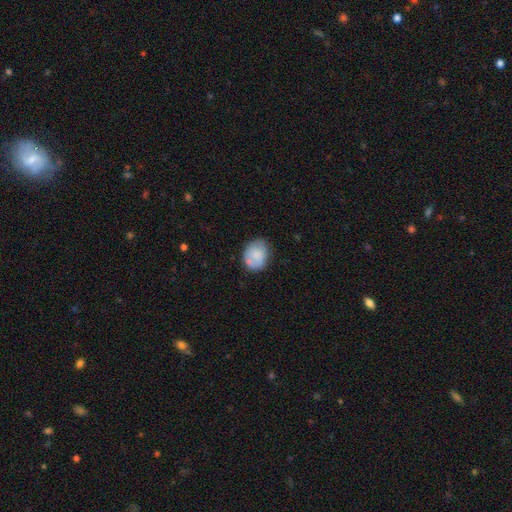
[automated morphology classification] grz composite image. It shows a smooth galaxy with no disk features (75%) that is in between round and cigar-shaped (53%). Merging: none (62%).